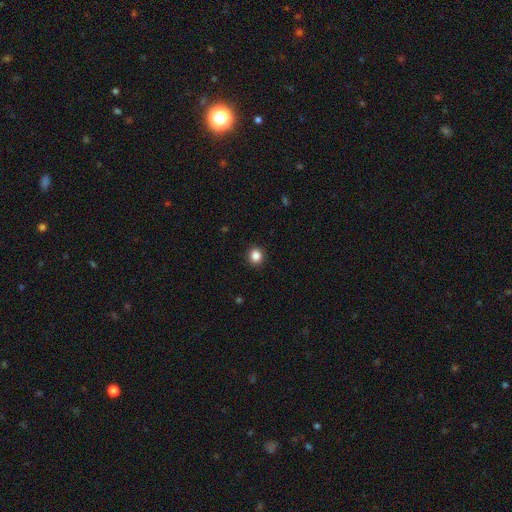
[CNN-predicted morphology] This appears to be a smooth galaxy with no disk features (85%) that is round (87%). Merging: none (92%).